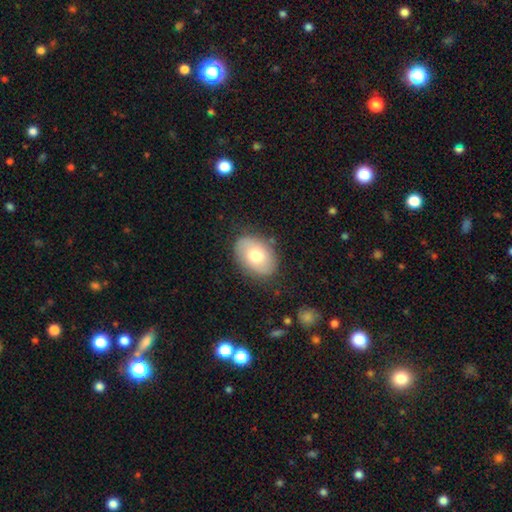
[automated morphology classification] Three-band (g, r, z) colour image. It shows a smooth galaxy with no disk features (66%) that is in between round and cigar-shaped (76%). Merging: none (81%).